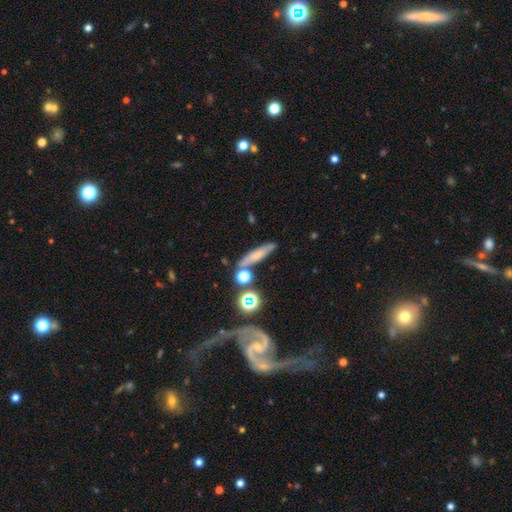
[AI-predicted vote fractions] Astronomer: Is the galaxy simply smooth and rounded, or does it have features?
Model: smooth — 57%.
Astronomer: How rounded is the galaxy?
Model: cigar-shaped — 74%.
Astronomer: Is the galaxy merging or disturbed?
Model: none — 67%.